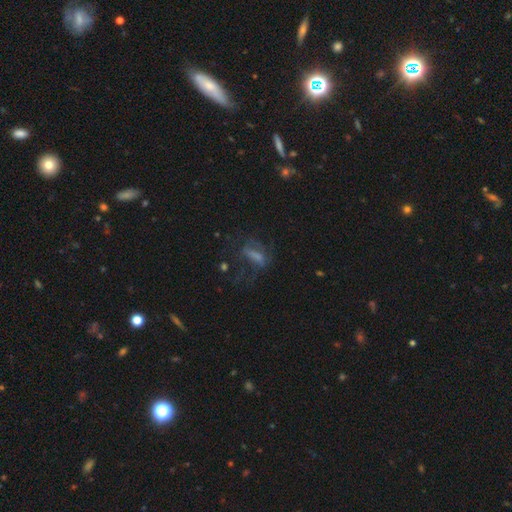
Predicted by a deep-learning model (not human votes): Smooth or featured?
  - featured or disk: 38% *
  - smooth: 35%
  - star or artifact: 27%
Merging?
  - none: 49% *
  - major disturbance: 28%
  - minor disturbance: 20%
  - merger: 3%